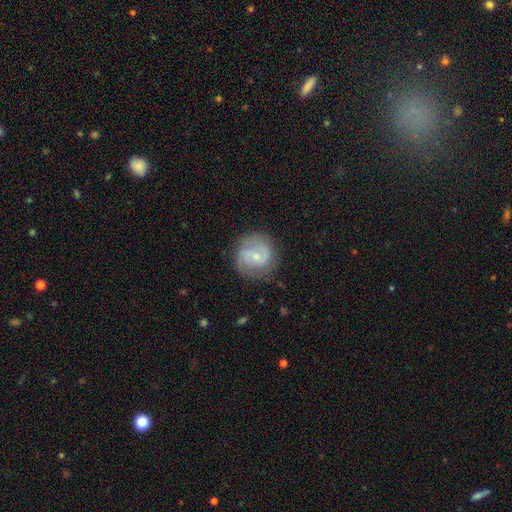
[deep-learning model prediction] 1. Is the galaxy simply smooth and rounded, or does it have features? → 74% featured or disk, 19% smooth, 6% star or artifact.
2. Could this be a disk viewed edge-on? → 98% no, 2% yes.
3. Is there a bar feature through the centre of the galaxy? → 48% no, 43% weak, 10% strong.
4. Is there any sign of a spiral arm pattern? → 93% yes, 7% no.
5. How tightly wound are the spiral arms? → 49% medium, 27% tight, 24% loose.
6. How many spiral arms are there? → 81% 2, 8% can't tell, 5% 3, 3% 1, 2% 4, 2% more than 4.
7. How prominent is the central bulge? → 68% small, 27% moderate, 3% none, 1% large, 1% dominant.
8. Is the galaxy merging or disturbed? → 79% none, 14% minor disturbance, 5% major disturbance, 1% merger.